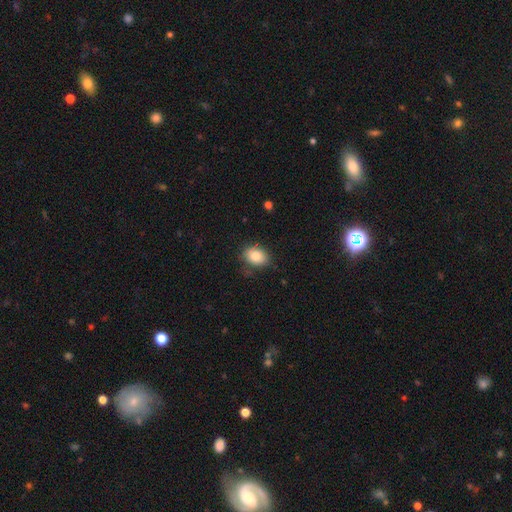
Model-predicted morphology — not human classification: Smooth or featured?
  - smooth: 83% *
  - featured or disk: 9%
  - star or artifact: 9%
How rounded?
  - in between: 69% *
  - round: 30%
  - cigar-shaped: 1%
Merging?
  - none: 76% *
  - minor disturbance: 18%
  - major disturbance: 4%
  - merger: 2%